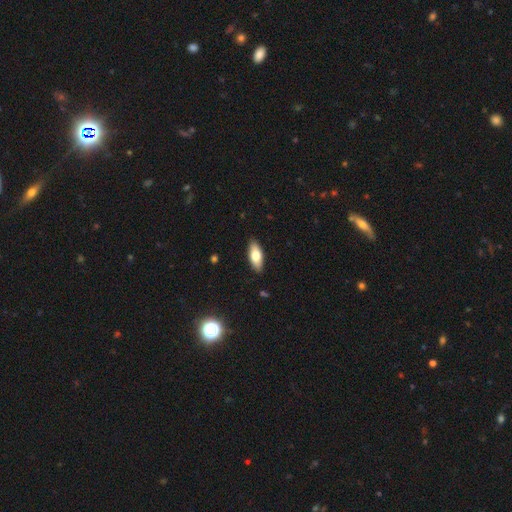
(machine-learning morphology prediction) Smooth or featured? Predicted: smooth (p=0.74). How rounded? Predicted: in between (p=0.79). Merging? Predicted: none (p=0.88).